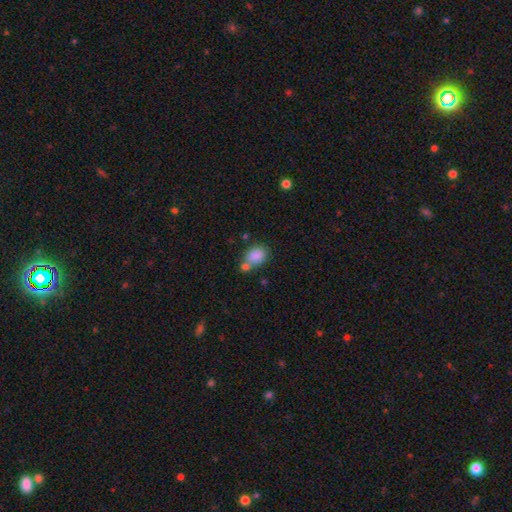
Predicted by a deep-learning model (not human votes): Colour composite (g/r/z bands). It shows a smooth galaxy with no disk features (84%) that is in between round and cigar-shaped (61%). Merging: none (48%).